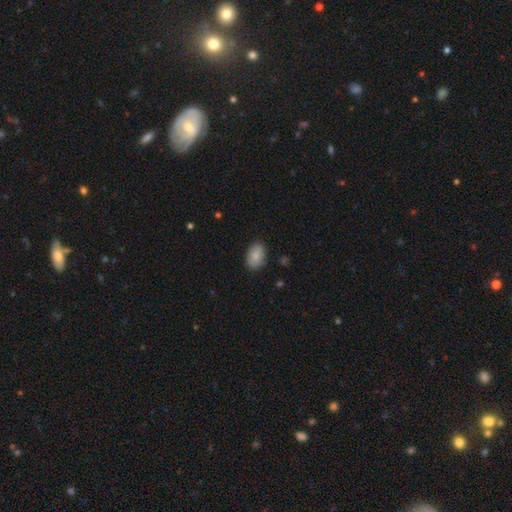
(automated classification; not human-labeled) smooth-or-featured: smooth: 85% | featured or disk: 8% | star or artifact: 7%
  how-rounded: in between: 86% | round: 13% | cigar-shaped: 1%
  merging: none: 83% | minor disturbance: 13% | major disturbance: 3% | merger: 1%